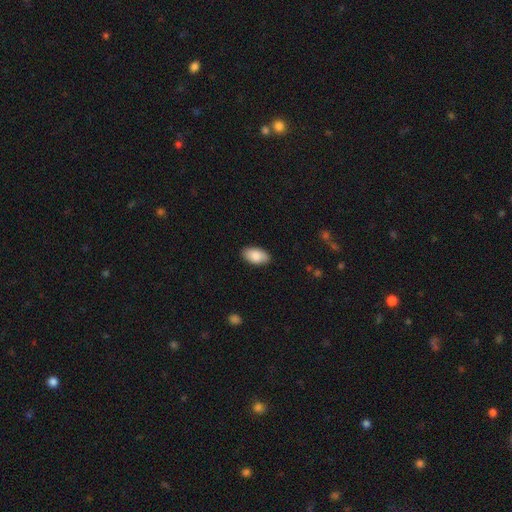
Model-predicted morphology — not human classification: Smooth or featured? Predicted: smooth (p=0.86). How rounded? Predicted: in between (p=0.95). Merging? Predicted: none (p=0.88).